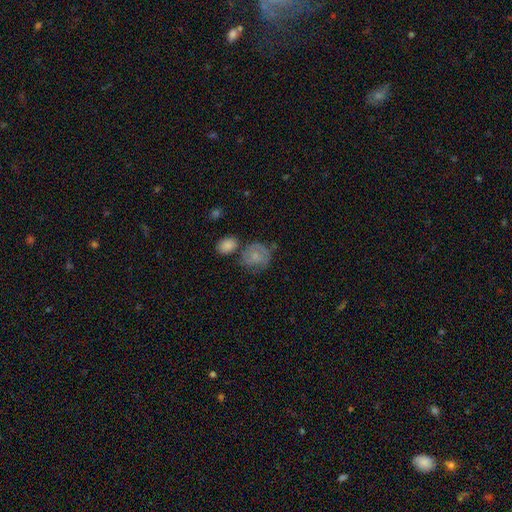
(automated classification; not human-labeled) A smooth galaxy with no disk features (62%) that is round (72%).

Vote fractions:
- Smooth or featured? smooth: 62% / featured or disk: 29% / star or artifact: 9%
- How rounded? round: 72% / in between: 27% / cigar-shaped: 1%
- Merging? none: 50% / minor disturbance: 23% / merger: 16% / major disturbance: 11%